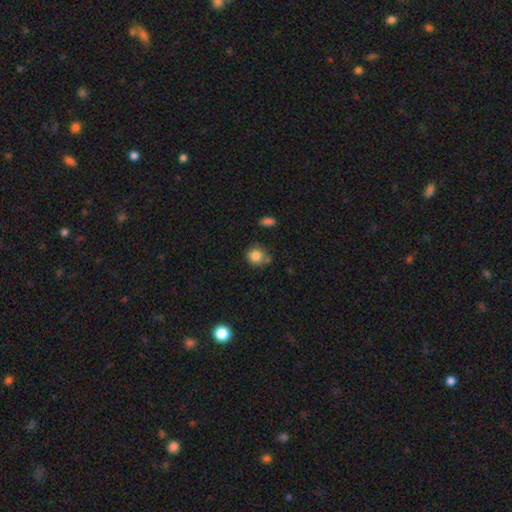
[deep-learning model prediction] smooth 83%, star or artifact 10%, featured or disk 7%. Down the decision tree: how rounded — round (85%); merging — none (65%).